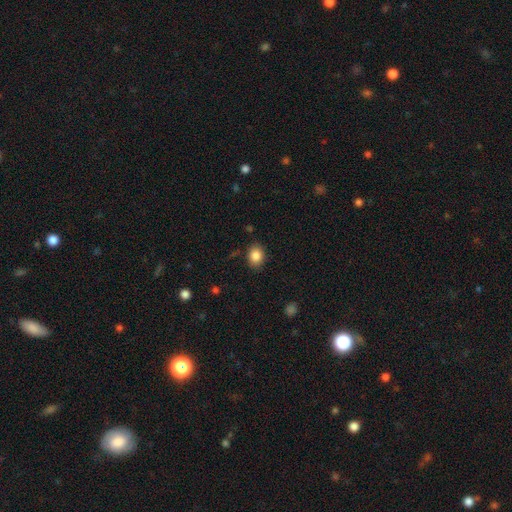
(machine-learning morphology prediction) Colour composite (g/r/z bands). It shows a smooth galaxy with no disk features (85%) that is in between round and cigar-shaped (52%). Merging: none (85%).